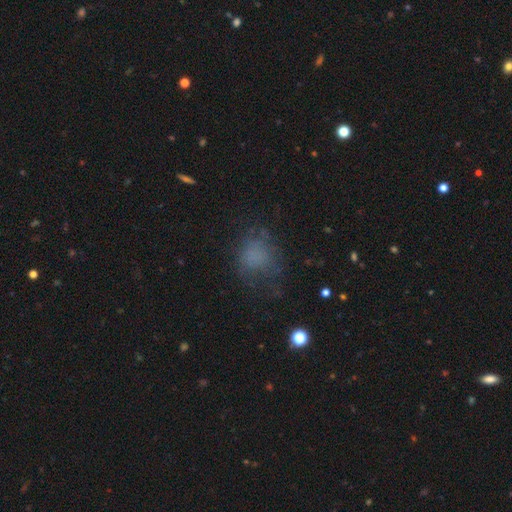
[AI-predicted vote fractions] A smooth galaxy with no disk features (65%) that is round (66%). Merging: none (56%).